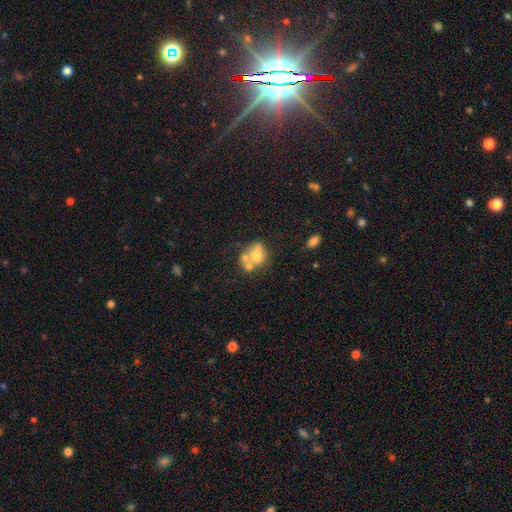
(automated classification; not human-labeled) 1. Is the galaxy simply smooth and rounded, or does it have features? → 53% smooth, 36% featured or disk, 11% star or artifact.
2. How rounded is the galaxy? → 56% round, 43% in between, 1% cigar-shaped.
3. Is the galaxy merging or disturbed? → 48% merger, 30% none, 13% minor disturbance, 9% major disturbance.